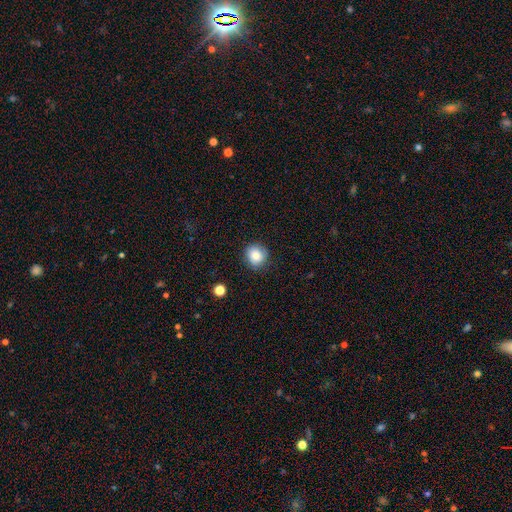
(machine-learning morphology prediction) smooth-or-featured: smooth: 82% | star or artifact: 10% | featured or disk: 8%
  how-rounded: round: 85% | in between: 14% | cigar-shaped: 1%
  merging: none: 85% | minor disturbance: 11% | major disturbance: 3% | merger: 1%